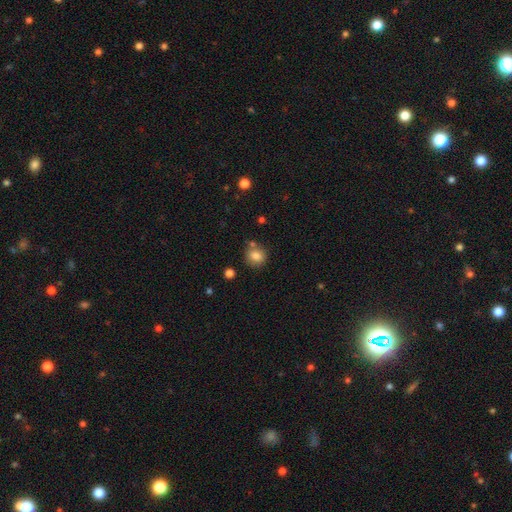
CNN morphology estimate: A smooth galaxy with no disk features (83%) that is round (84%). Merging: none (75%).